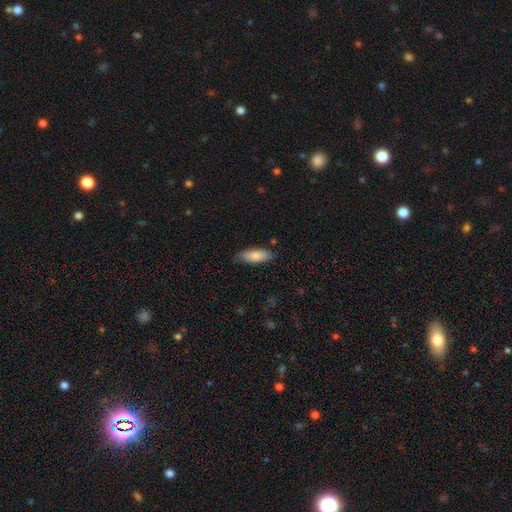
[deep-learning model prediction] A smooth galaxy with no disk features (81%) that is in between round and cigar-shaped (71%). Merging: none (82%).